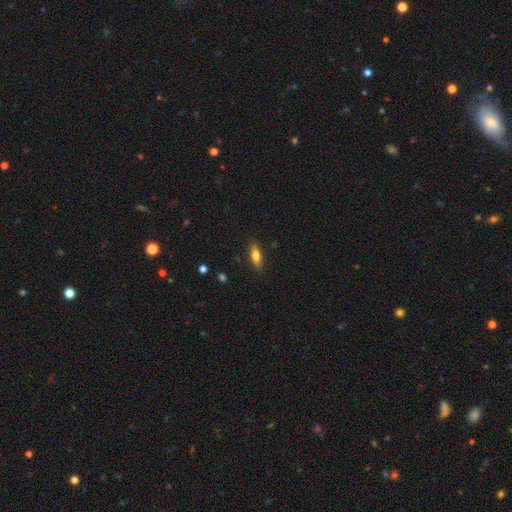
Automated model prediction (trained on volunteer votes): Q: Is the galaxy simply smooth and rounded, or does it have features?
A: smooth — 69%.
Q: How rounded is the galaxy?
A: in between — 52%.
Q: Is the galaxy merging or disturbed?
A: none — 86%.